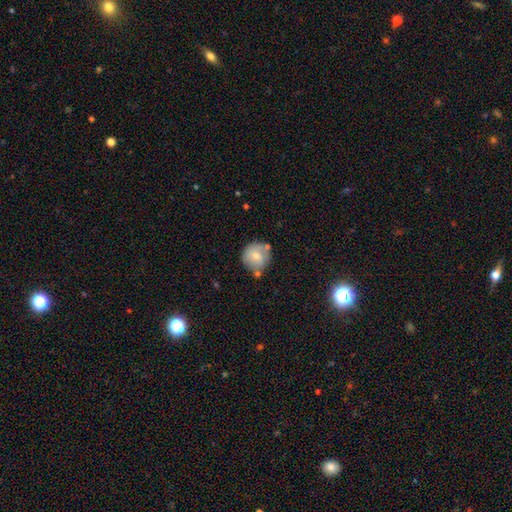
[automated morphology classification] This appears to be a smooth galaxy with no disk features (68%) that is round (90%). Merging: none (64%).